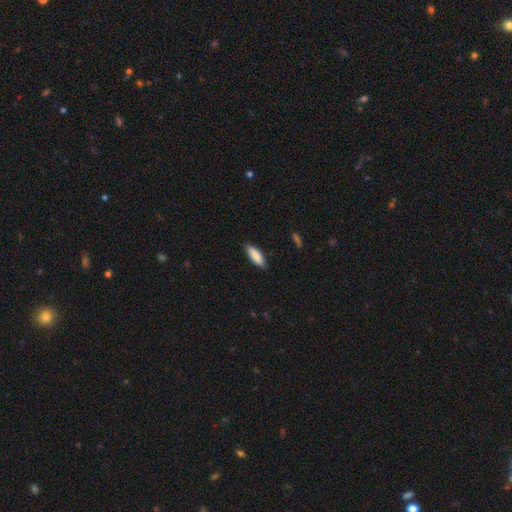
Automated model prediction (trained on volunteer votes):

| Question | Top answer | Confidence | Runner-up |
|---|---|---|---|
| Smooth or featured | smooth | 87% | featured or disk (8%) |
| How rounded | in between | 56% | cigar-shaped (43%) |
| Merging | none | 85% | minor disturbance (12%) |